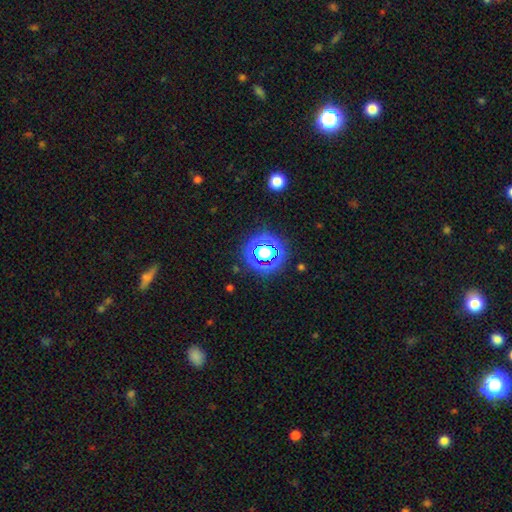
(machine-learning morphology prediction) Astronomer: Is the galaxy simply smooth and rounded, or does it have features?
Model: star or artifact — 72%.